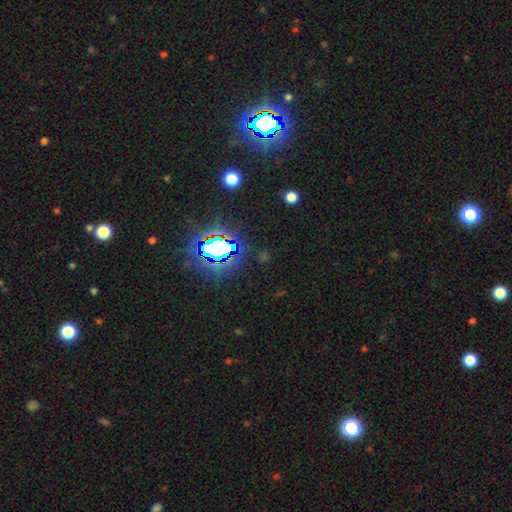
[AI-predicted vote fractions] This is clearly a star or artifact rather than a galaxy (81%).